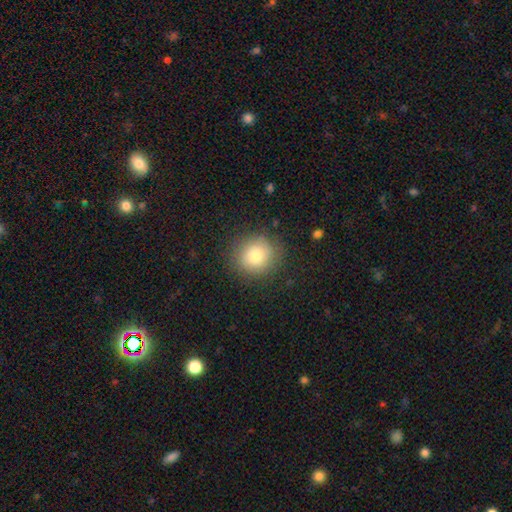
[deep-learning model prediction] This is likely a smooth galaxy (78%). How rounded: clearly round (87%). Merging: clearly none (84%).